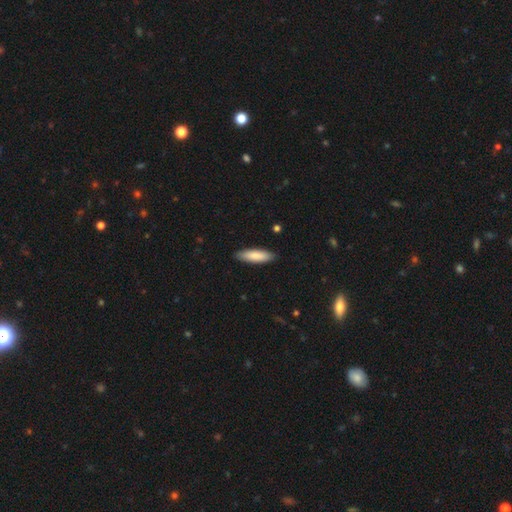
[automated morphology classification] smooth 85%, featured or disk 10%, star or artifact 5%. Down the decision tree: how rounded — cigar-shaped (57%); merging — none (89%).